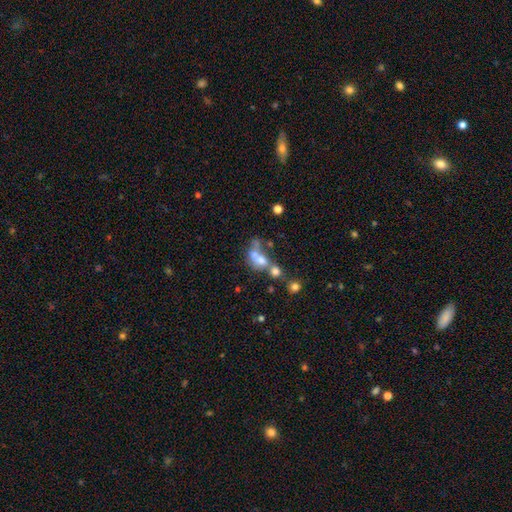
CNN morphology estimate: Smooth or featured?
  - smooth: 42% *
  - featured or disk: 35%
  - star or artifact: 23%
Merging?
  - merger: 49% *
  - none: 24%
  - major disturbance: 17%
  - minor disturbance: 10%